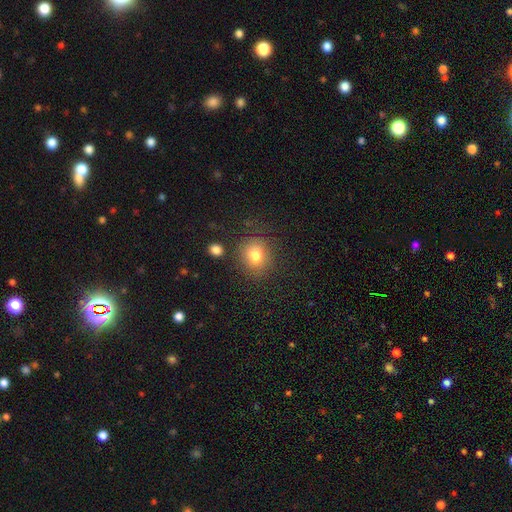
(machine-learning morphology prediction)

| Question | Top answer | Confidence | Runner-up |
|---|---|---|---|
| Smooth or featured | smooth | 78% | star or artifact (12%) |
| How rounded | round | 75% | in between (24%) |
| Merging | none | 77% | minor disturbance (13%) |